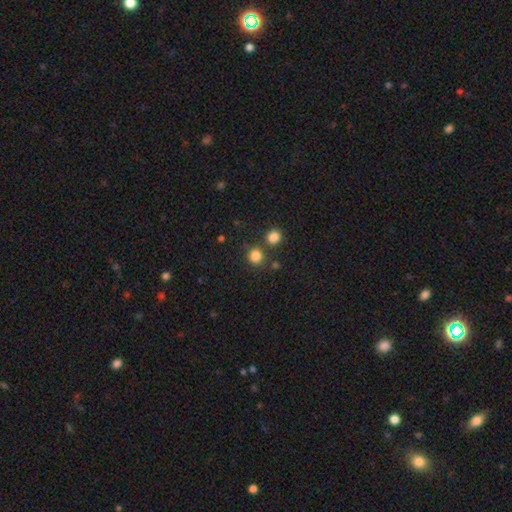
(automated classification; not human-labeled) Smooth or featured? Predicted: smooth (p=0.82). How rounded? Predicted: round (p=0.89). Merging? Predicted: none (p=0.77).